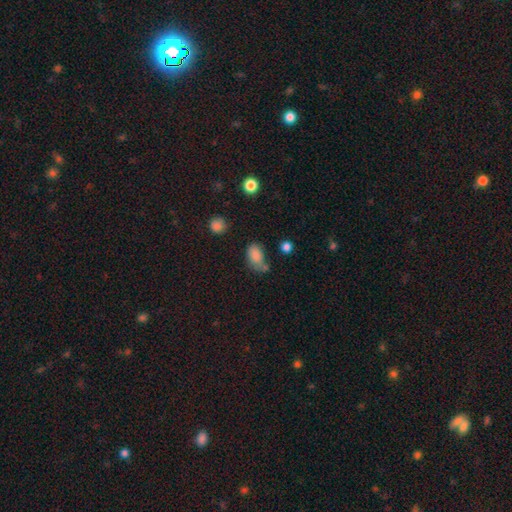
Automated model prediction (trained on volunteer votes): This is clearly a smooth galaxy (83%). How rounded: clearly in between (87%). Merging: possibly none (47%).